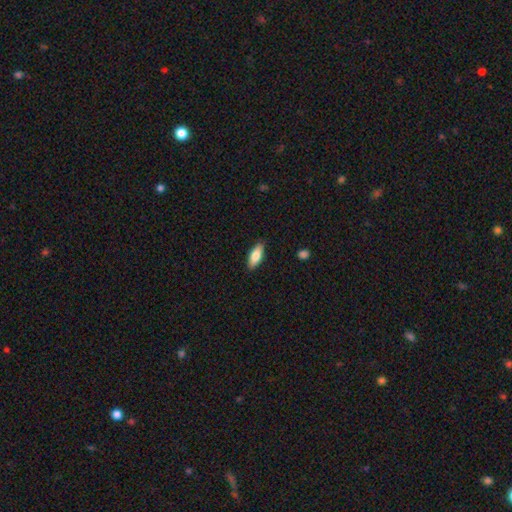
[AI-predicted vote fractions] Smooth or featured?
  - smooth: 78% *
  - featured or disk: 16%
  - star or artifact: 6%
How rounded?
  - in between: 73% *
  - cigar-shaped: 25%
  - round: 2%
Merging?
  - none: 87% *
  - minor disturbance: 10%
  - major disturbance: 2%
  - merger: 1%